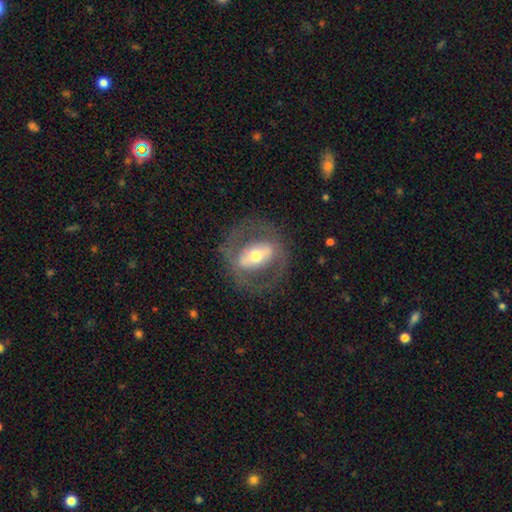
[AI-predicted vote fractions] This appears to be a featured or disk galaxy (68%) with a strong bar (49%), no spiral arms (69%) and a moderate central bulge (63%). Merging: none (75%).